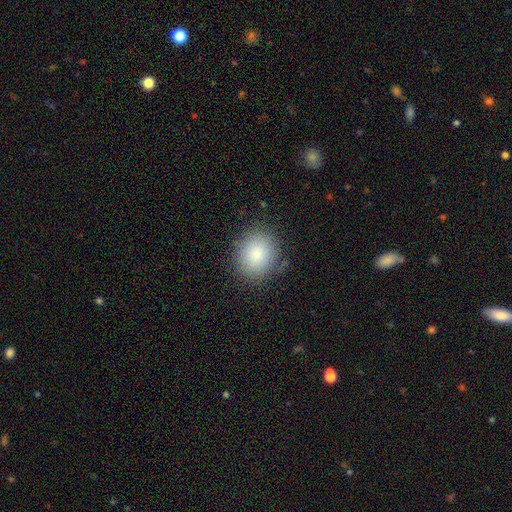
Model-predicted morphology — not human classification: Smooth or featured? Predicted: smooth (p=0.85). How rounded? Predicted: round (p=0.71). Merging? Predicted: none (p=0.84).